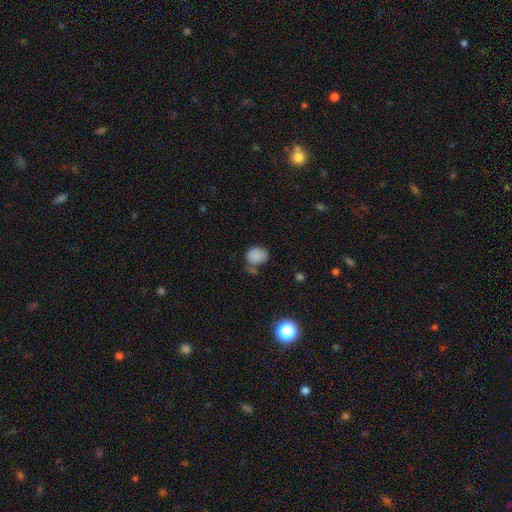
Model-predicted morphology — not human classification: Q: Smooth or featured?
A: smooth (82%); runner-up: star or artifact (12%)
Q: How rounded?
A: in between (50%); runner-up: round (49%)
Q: Merging?
A: none (52%); runner-up: minor disturbance (25%)